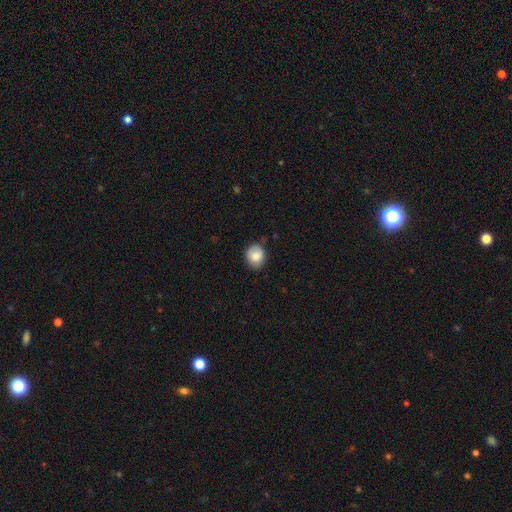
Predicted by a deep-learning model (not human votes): Smooth or featured: smooth — 83% (featured or disk — 9%)
How rounded: round — 68% (in between — 31%)
Merging: none — 77% (minor disturbance — 18%)